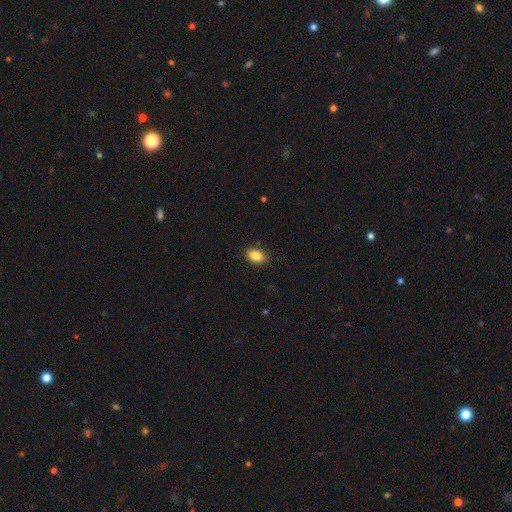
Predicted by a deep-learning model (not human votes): A smooth galaxy with no disk features (86%) that is in between round and cigar-shaped (86%). Merging: none (88%).